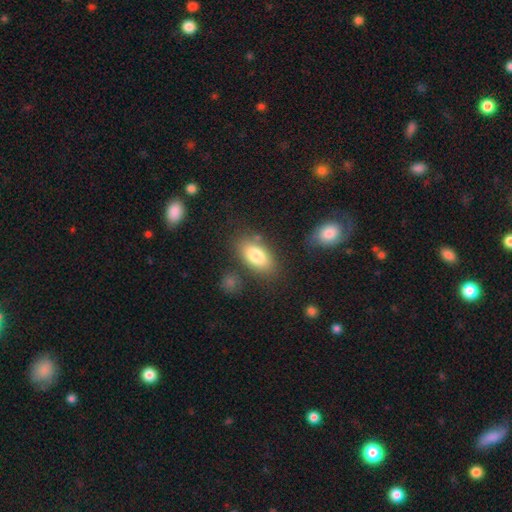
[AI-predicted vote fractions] Overall: smooth (82%). How rounded: in between (91%). Merging: none (77%).